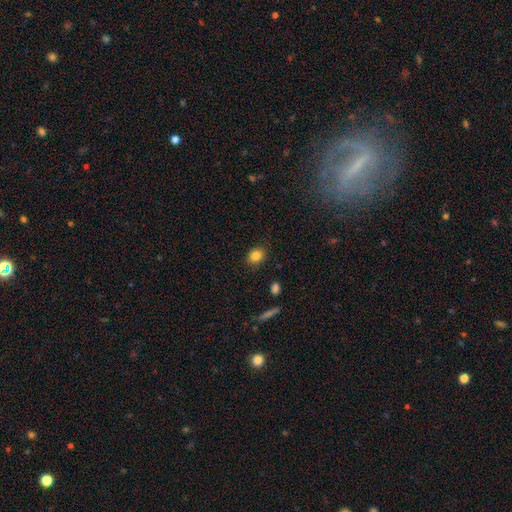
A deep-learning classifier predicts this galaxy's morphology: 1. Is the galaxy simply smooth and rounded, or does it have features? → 84% smooth, 10% star or artifact, 6% featured or disk.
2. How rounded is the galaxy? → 58% round, 41% in between, 1% cigar-shaped.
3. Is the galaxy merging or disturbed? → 87% none, 9% minor disturbance, 3% major disturbance, 1% merger.